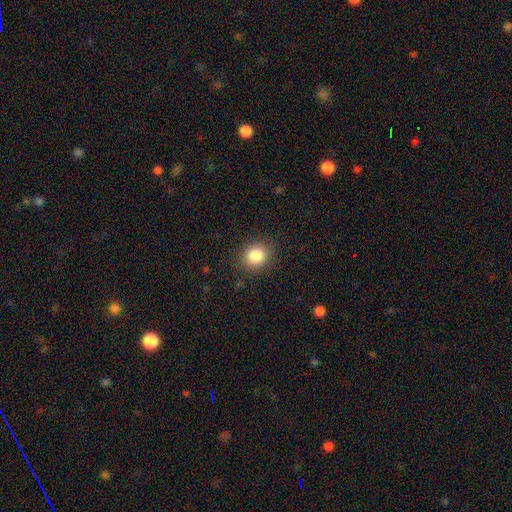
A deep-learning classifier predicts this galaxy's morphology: smooth 85%, star or artifact 10%, featured or disk 5%. Down the decision tree: how rounded — round (76%); merging — none (88%).